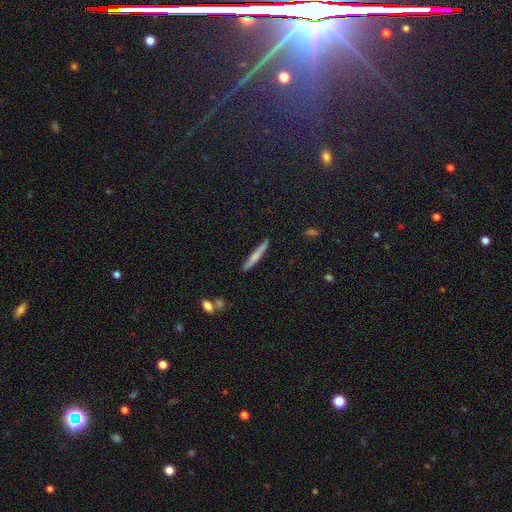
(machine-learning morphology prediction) smooth 66%, featured or disk 28%, star or artifact 7%. Down the decision tree: how rounded — cigar-shaped (95%); merging — none (86%).